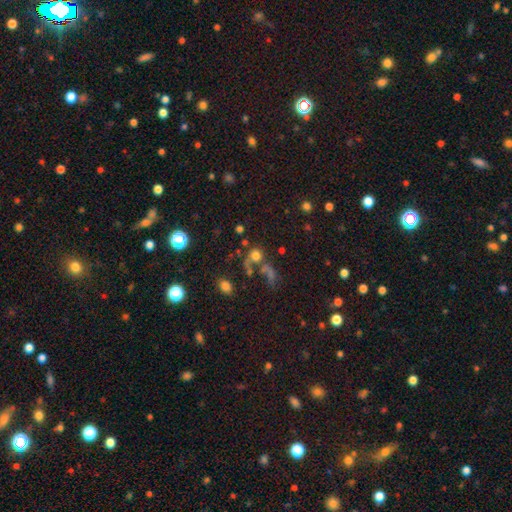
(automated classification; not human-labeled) Smooth or featured: smooth — 63% (star or artifact — 21%)
How rounded: round — 80% (in between — 18%)
Merging: none — 36% (tied with merger — 36%)